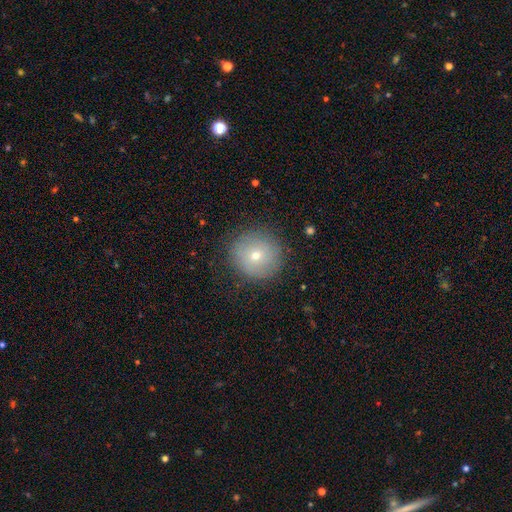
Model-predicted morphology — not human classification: smooth 64%, featured or disk 23%, star or artifact 12%. Down the decision tree: how rounded — round (94%); merging — none (84%).